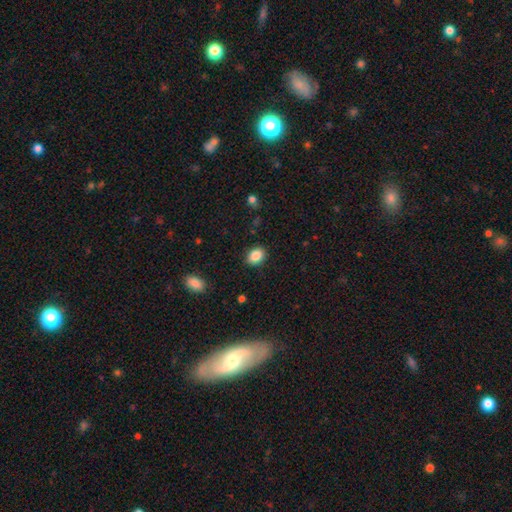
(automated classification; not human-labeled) Smooth or featured? smooth (87%)
How rounded? in between (65%)
Merging? none (88%)